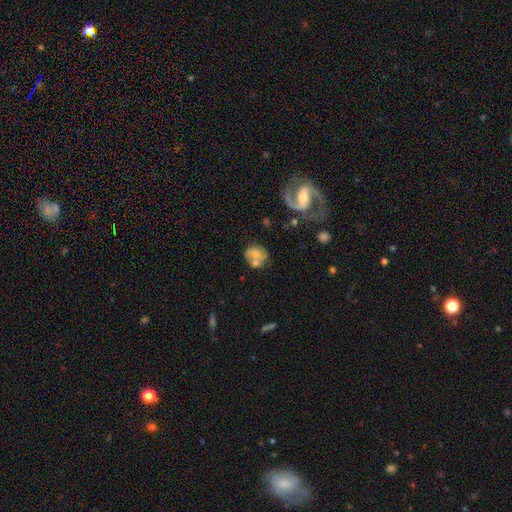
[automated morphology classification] A smooth galaxy with no disk features (62%) that is round (52%).

Vote fractions:
- Smooth or featured? smooth: 62% / featured or disk: 29% / star or artifact: 9%
- How rounded? round: 52% / in between: 46% / cigar-shaped: 1%
- Merging? none: 41% / merger: 30% / minor disturbance: 18% / major disturbance: 11%